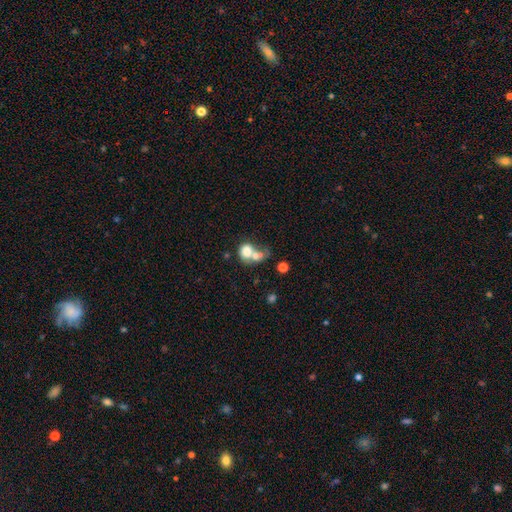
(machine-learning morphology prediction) A smooth galaxy with no disk features (69%) that is round (51%). Merging: merger (66%).